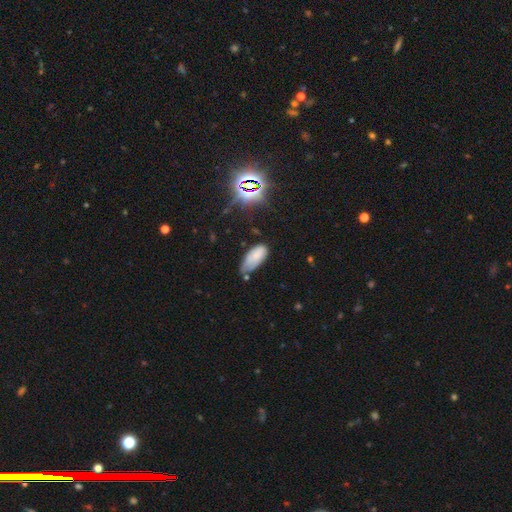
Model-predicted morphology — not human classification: Smooth or featured: smooth — 69% (featured or disk — 19%)
How rounded: in between — 89% (cigar-shaped — 9%)
Merging: minor disturbance — 43% (none — 37%)